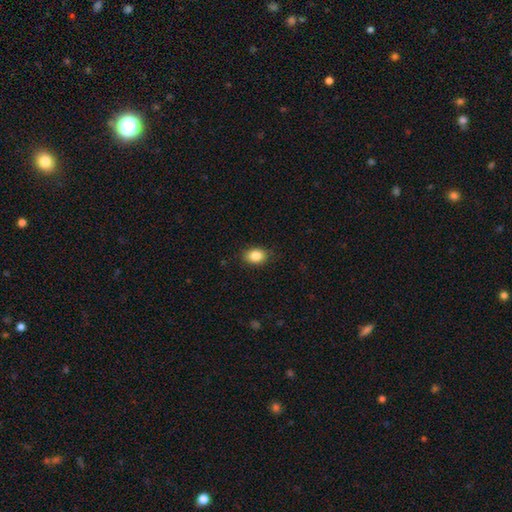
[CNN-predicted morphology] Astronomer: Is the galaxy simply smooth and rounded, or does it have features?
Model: smooth — 86%.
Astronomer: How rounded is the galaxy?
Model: in between — 72%.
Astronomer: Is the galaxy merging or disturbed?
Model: none — 85%.